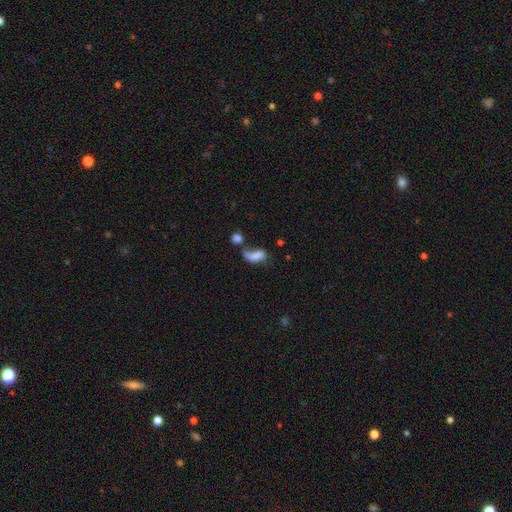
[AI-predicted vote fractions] Overall: smooth (65%). How rounded: in between (81%). Merging: merger (43%; major disturbance 24%).